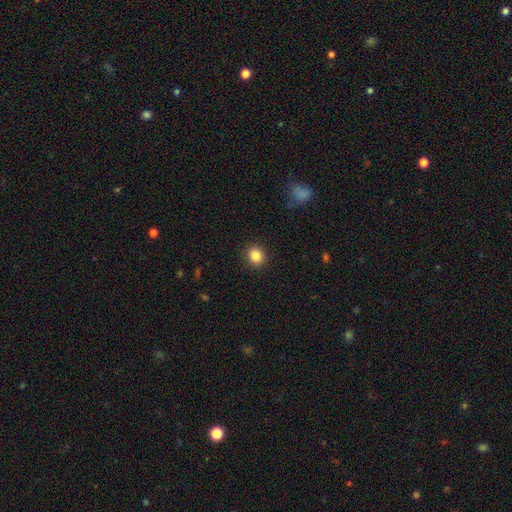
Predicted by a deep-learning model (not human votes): Smooth or featured: smooth — 85% (star or artifact — 10%)
How rounded: round — 82% (in between — 17%)
Merging: none — 91% (minor disturbance — 6%)